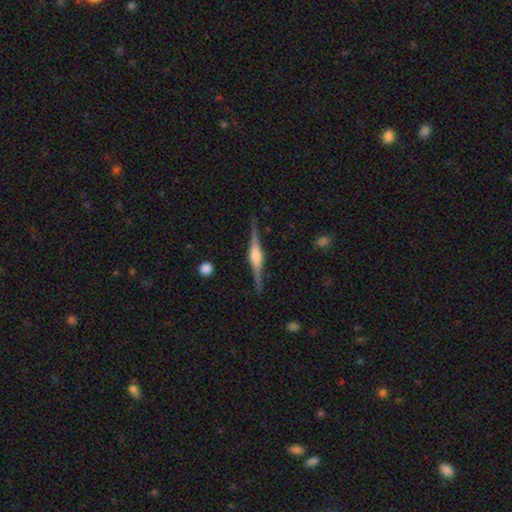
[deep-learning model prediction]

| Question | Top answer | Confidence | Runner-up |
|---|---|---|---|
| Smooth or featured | featured or disk | 85% | smooth (10%) |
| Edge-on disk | yes | 98% | no (2%) |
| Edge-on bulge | rounded | 80% | boxy (17%) |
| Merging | none | 89% | minor disturbance (8%) |